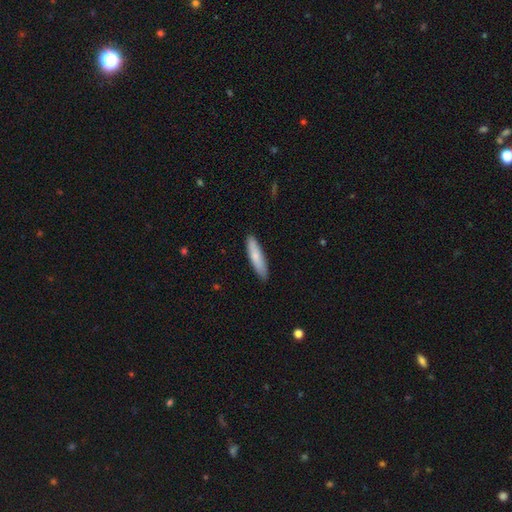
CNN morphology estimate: This is likely a smooth galaxy (77%). How rounded: likely cigar-shaped (79%). Merging: clearly none (88%).